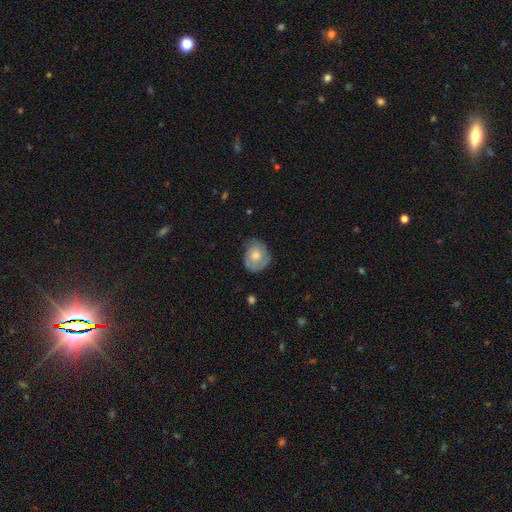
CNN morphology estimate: A smooth galaxy with no disk features (51%) that is round (60%).

Vote fractions:
- Smooth or featured? smooth: 51% / featured or disk: 42% / star or artifact: 7%
- How rounded? round: 60% / in between: 39% / cigar-shaped: 1%
- Merging? none: 64% / minor disturbance: 26% / major disturbance: 8% / merger: 1%